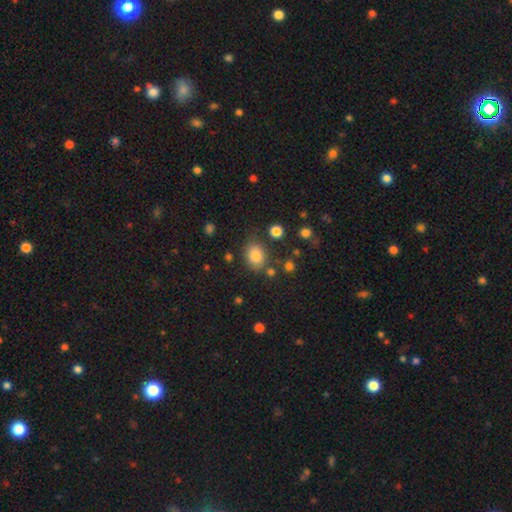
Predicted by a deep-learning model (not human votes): Smooth or featured? Predicted: smooth (p=0.82). How rounded? Predicted: in between (p=0.52). Merging? Predicted: none (p=0.76).